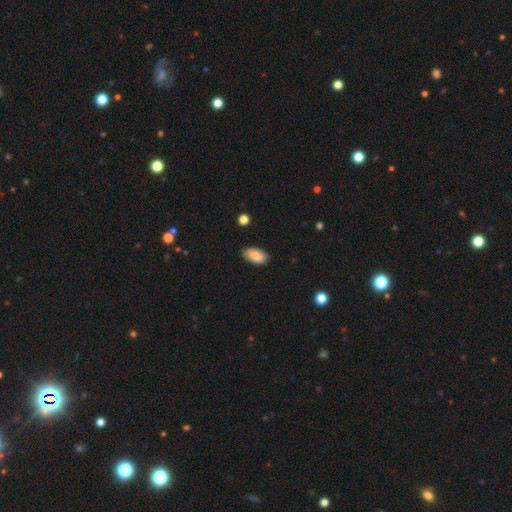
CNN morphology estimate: smooth 83%, featured or disk 10%, star or artifact 7%. Down the decision tree: how rounded — in between (94%); merging — none (85%).